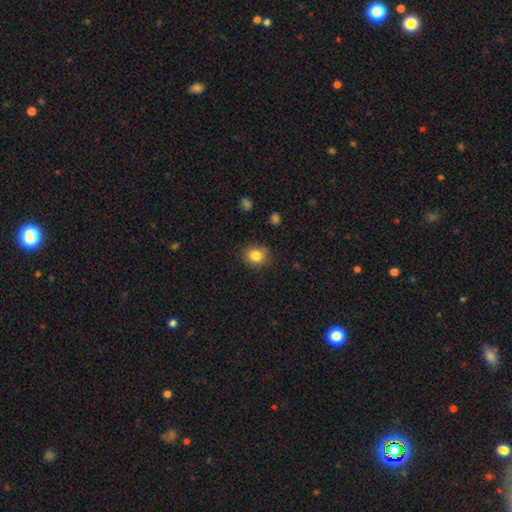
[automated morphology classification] smooth-or-featured: smooth: 84% | star or artifact: 11% | featured or disk: 6%
  how-rounded: round: 77% | in between: 23% | cigar-shaped: 1%
  merging: none: 84% | minor disturbance: 11% | major disturbance: 3% | merger: 2%